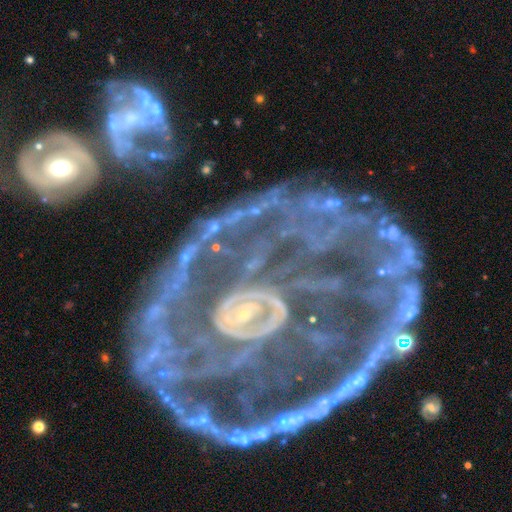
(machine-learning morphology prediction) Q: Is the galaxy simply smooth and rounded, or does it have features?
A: featured or disk — 67%.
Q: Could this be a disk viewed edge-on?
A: no — 94%.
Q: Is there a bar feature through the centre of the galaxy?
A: no — 45%.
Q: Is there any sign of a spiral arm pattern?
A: yes — 84%.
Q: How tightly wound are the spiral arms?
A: tight — 61%.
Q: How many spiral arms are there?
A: can't tell — 30%.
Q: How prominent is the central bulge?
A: small — 57%.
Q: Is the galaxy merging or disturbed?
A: none — 50%.